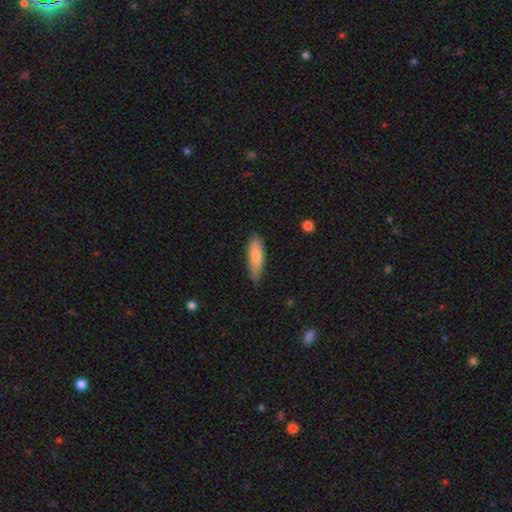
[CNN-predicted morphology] Smooth or featured? Predicted: smooth (p=0.83). How rounded? Predicted: cigar-shaped (p=0.55). Merging? Predicted: none (p=0.77).